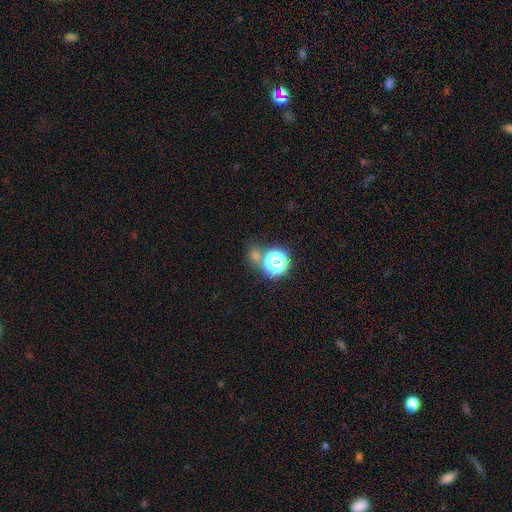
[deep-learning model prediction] smooth-or-featured: smooth: 51% | star or artifact: 41% | featured or disk: 8%
  how-rounded: round: 77% | in between: 21% | cigar-shaped: 2%
  merging: none: 62% | merger: 20% | minor disturbance: 11% | major disturbance: 7%